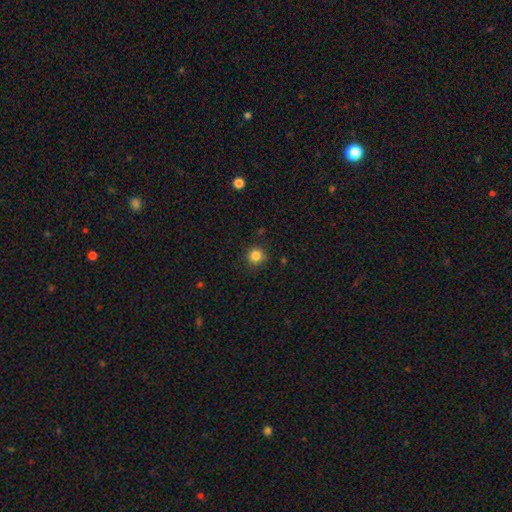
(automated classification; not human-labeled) A smooth galaxy with no disk features (84%) that is round (94%).

Vote fractions:
- Smooth or featured? smooth: 84% / star or artifact: 12% / featured or disk: 4%
- How rounded? round: 94% / in between: 5% / cigar-shaped: 1%
- Merging? none: 90% / minor disturbance: 7% / major disturbance: 2% / merger: 1%